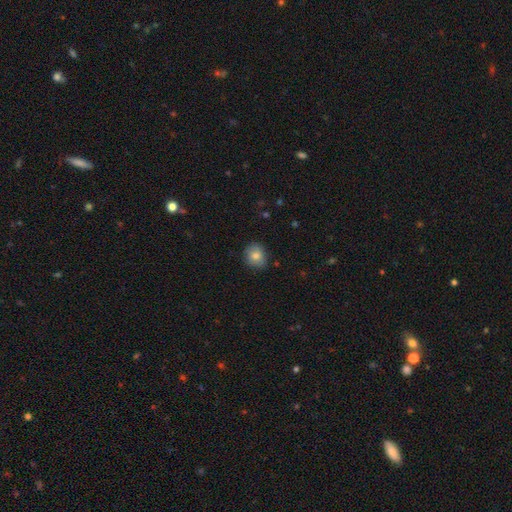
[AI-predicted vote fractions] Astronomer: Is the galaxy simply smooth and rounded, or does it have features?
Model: smooth — 81%.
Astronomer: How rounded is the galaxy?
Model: round — 66%.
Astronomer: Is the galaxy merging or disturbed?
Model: none — 82%.